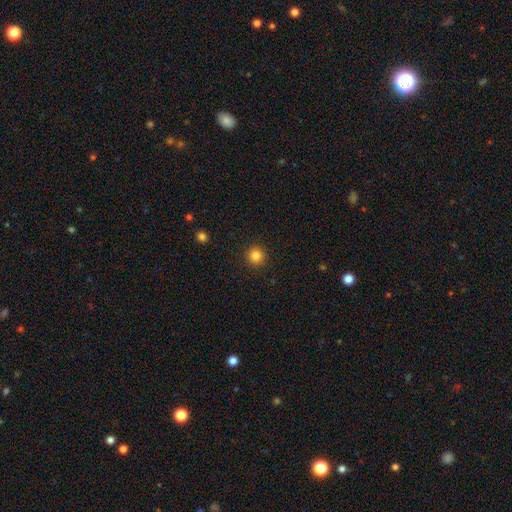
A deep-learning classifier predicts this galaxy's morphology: type=smooth (84%); roundness=round (95%); merging=none (93%).